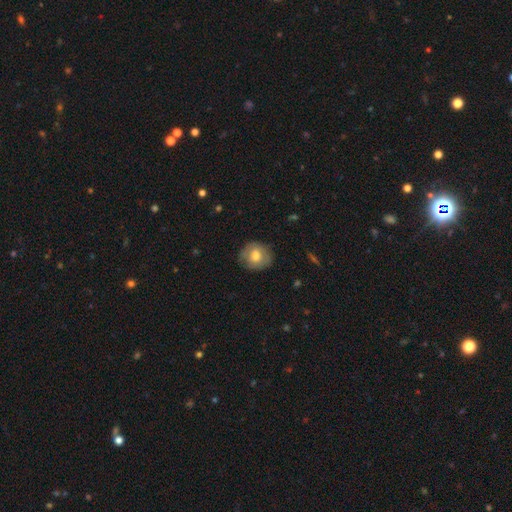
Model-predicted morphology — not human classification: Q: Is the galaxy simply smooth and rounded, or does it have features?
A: smooth — 69%.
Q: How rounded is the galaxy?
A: round — 82%.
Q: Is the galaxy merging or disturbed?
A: none — 80%.